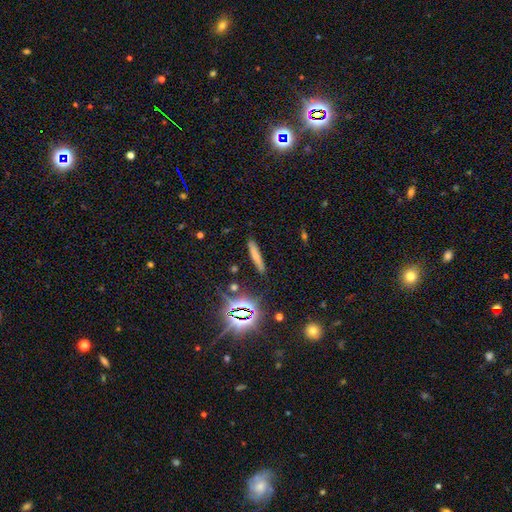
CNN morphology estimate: smooth_or_featured: smooth (p=0.65) [alt: star or artifact p=0.17]
how_rounded: cigar-shaped (p=0.91) [alt: in between p=0.07]
merging: none (p=0.86) [alt: minor disturbance p=0.09]